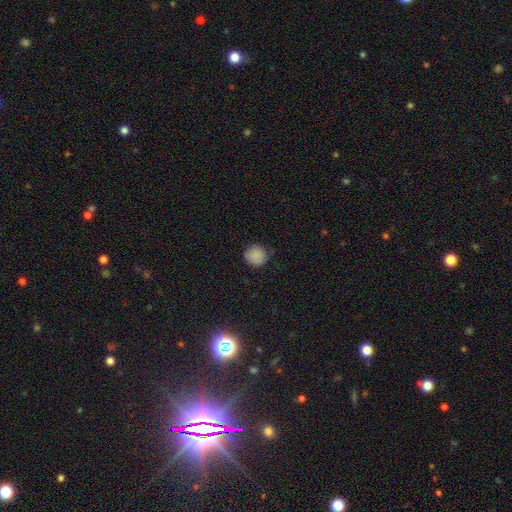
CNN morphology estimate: Q: Smooth or featured?
A: smooth (87%); runner-up: star or artifact (10%)
Q: How rounded?
A: round (92%); runner-up: in between (7%)
Q: Merging?
A: none (85%); runner-up: minor disturbance (11%)